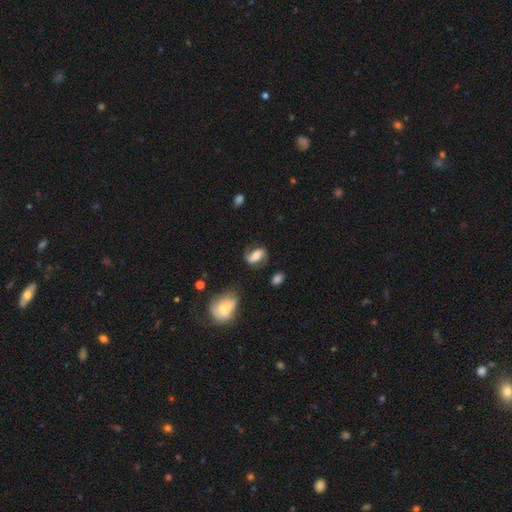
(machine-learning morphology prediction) The model was most divided on "bar": weak: 37%, no: 33%, strong: 30%. Remaining: edge-on disk — no (96%); spiral arms — yes (91%); spiral arm count — 2 (88%); merging — none (70%); smooth or featured — featured or disk (69%); bulge size — moderate (58%); spiral winding — loose (47%).